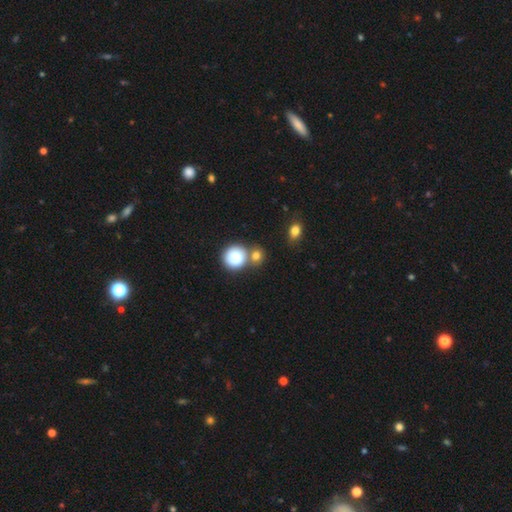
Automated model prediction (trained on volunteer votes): The model was most divided on "merging": none: 52%, merger: 35%, minor disturbance: 10%, major disturbance: 4%. More confident: how rounded — round (82%); smooth or featured — smooth (80%).